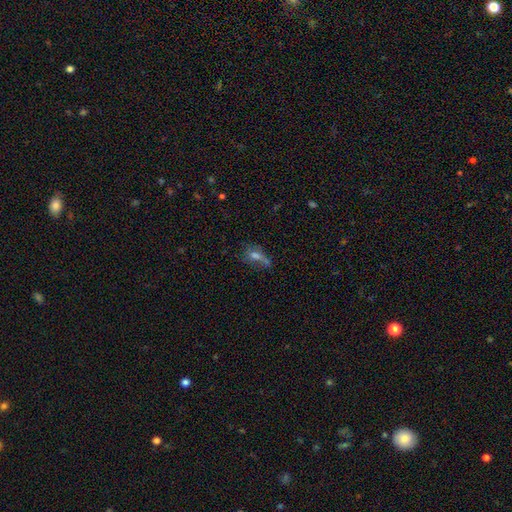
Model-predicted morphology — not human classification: Smooth or featured? smooth (41%)
Merging? none (41%)